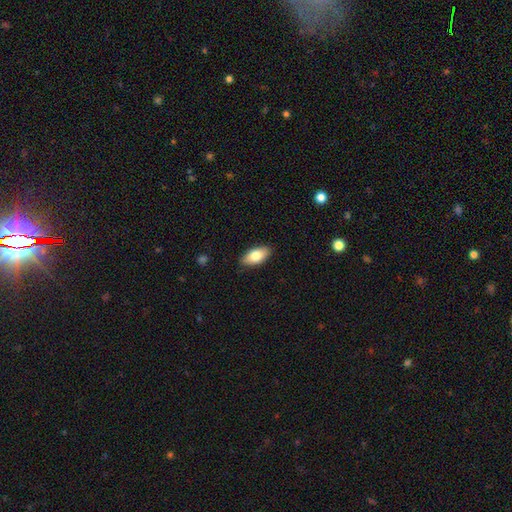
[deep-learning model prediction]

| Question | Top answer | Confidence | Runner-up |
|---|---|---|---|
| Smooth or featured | smooth | 79% | featured or disk (14%) |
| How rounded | in between | 91% | cigar-shaped (6%) |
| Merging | none | 87% | minor disturbance (10%) |